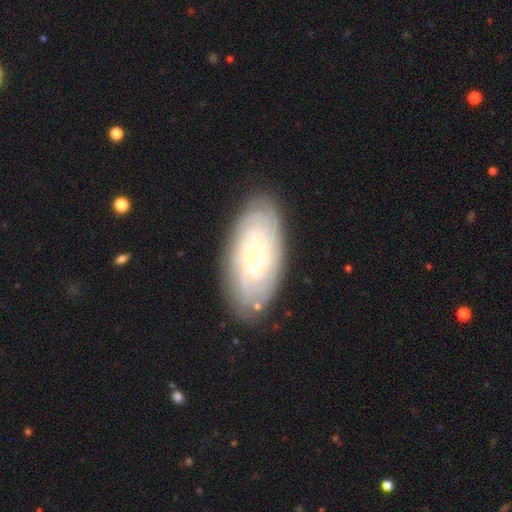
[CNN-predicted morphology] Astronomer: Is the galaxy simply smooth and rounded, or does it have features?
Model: featured or disk — 73%.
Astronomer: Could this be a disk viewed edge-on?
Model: no — 93%.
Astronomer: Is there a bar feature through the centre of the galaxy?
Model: no — 75%.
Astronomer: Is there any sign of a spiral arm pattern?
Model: yes — 92%.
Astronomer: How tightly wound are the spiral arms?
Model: tight — 80%.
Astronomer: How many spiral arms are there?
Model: can't tell — 51%.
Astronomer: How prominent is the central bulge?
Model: small — 67%.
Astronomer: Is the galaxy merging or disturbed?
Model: none — 82%.